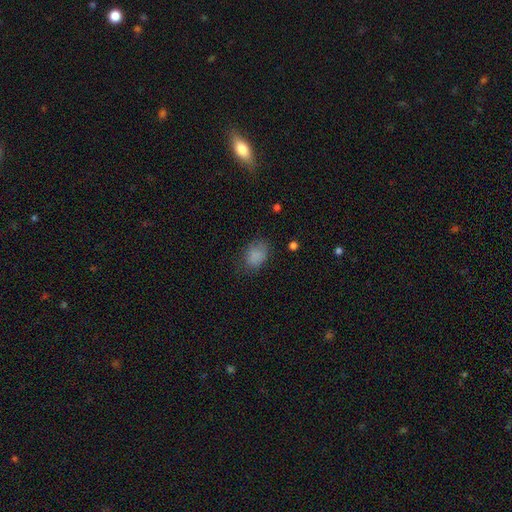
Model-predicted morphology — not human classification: Smooth or featured: smooth — 83% (star or artifact — 11%)
How rounded: in between — 72% (round — 27%)
Merging: none — 68% (minor disturbance — 22%)